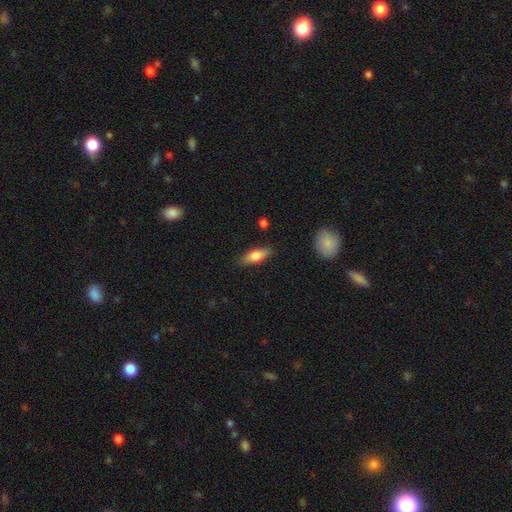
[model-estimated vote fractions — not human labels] This is likely a smooth galaxy (74%). How rounded: likely in between (70%). Merging: clearly none (83%).